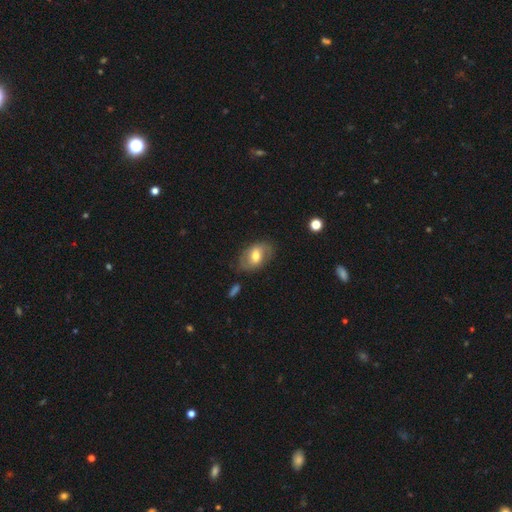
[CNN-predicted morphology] The model was most divided on "smooth or featured": featured or disk: 49%, smooth: 44%, star or artifact: 7%. More confident: merging — none (71%).